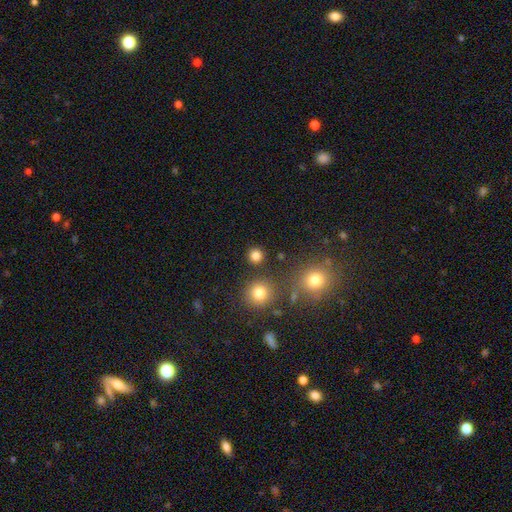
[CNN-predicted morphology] smooth 81%, star or artifact 15%, featured or disk 5%. Down the decision tree: how rounded — round (93%); merging — none (88%).